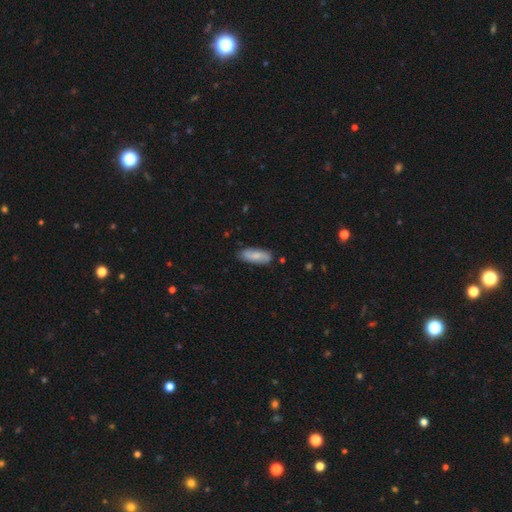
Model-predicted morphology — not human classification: Smooth or featured? Predicted: smooth (p=0.67). How rounded? Predicted: in between (p=0.73). Merging? Predicted: none (p=0.81).